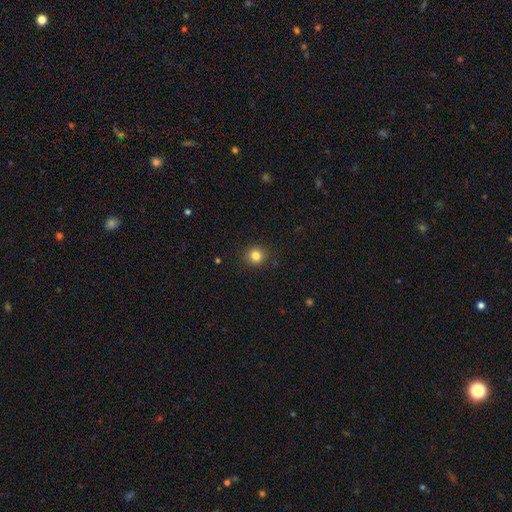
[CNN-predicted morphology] smooth 83%, star or artifact 12%, featured or disk 5%. Down the decision tree: how rounded — round (91%); merging — none (91%).